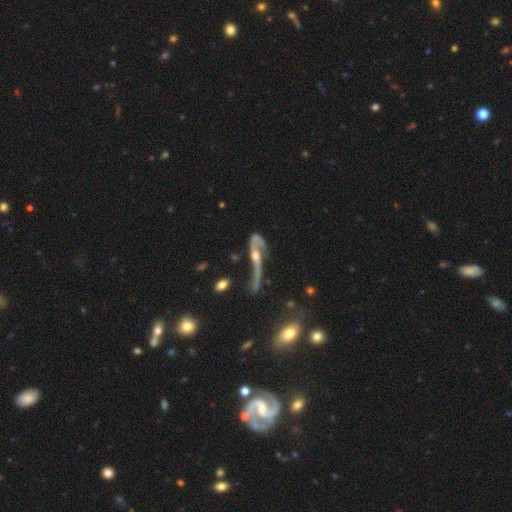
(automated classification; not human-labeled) Smooth or featured: featured or disk — 76% (smooth — 12%)
Edge-on disk: no — 69% (yes — 31%)
Bar: no — 58% (weak — 27%)
Spiral arms: yes — 78% (no — 22%)
Bulge size: small — 46% (moderate — 40%)
Merging: none — 36% (major disturbance — 34%)